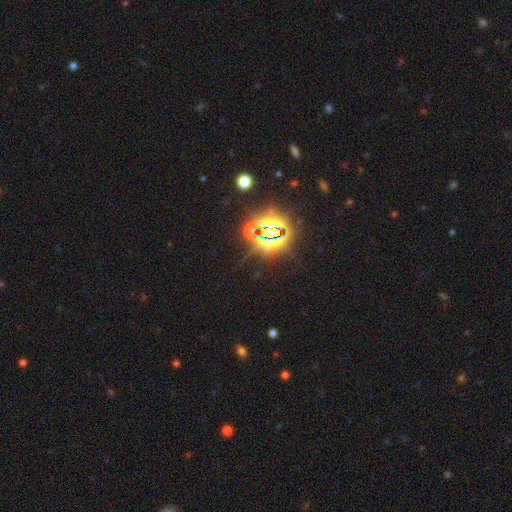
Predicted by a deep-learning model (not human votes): star or artifact 83%, smooth 10%, featured or disk 7%.